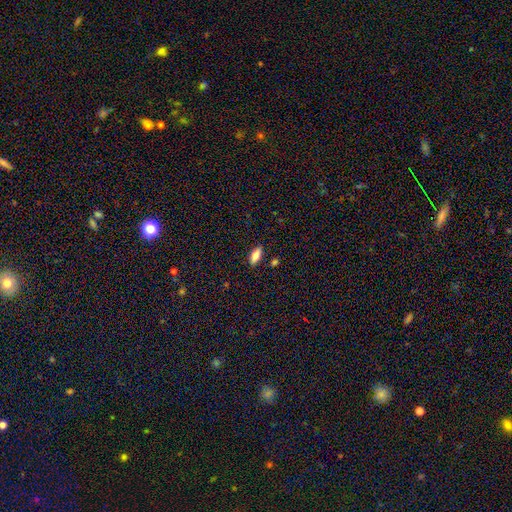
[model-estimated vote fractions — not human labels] Smooth or featured?
  - smooth: 72% *
  - featured or disk: 20%
  - star or artifact: 8%
How rounded?
  - in between: 80% *
  - cigar-shaped: 17%
  - round: 3%
Merging?
  - none: 87% *
  - minor disturbance: 9%
  - merger: 2%
  - major disturbance: 2%